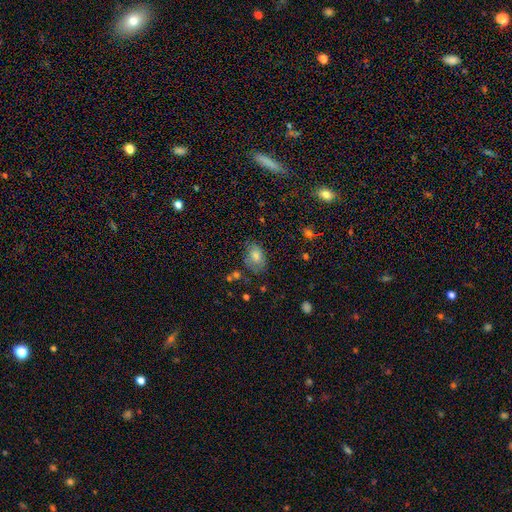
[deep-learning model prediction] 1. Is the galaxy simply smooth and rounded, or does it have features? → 69% smooth, 16% featured or disk, 15% star or artifact.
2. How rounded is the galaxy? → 77% in between, 22% round, 2% cigar-shaped.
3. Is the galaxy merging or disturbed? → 66% none, 23% minor disturbance, 8% major disturbance, 4% merger.